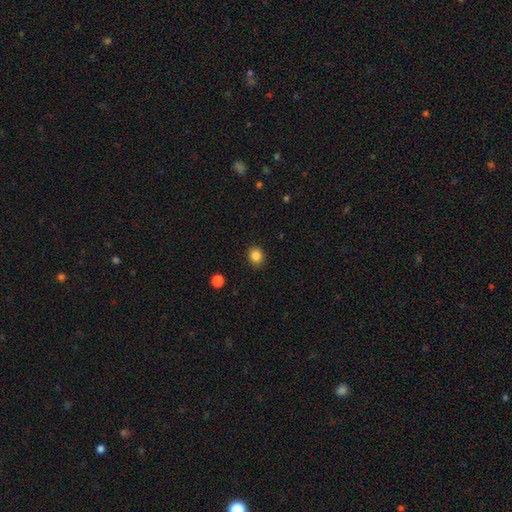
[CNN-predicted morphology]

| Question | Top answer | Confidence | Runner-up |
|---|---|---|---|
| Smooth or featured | smooth | 85% | star or artifact (11%) |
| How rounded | round | 78% | in between (21%) |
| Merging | none | 89% | minor disturbance (7%) |